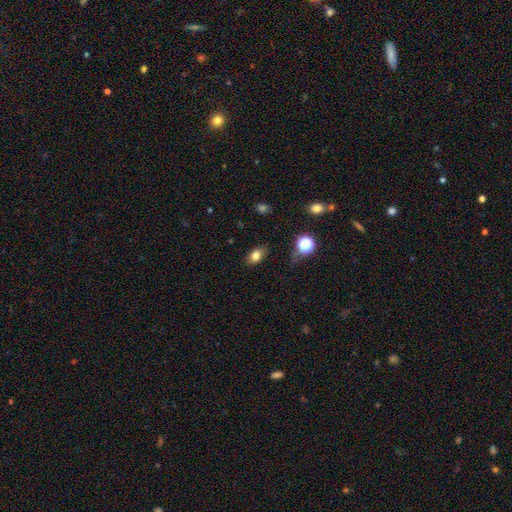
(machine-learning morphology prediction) smooth_or_featured: smooth (p=0.78) [alt: star or artifact p=0.12]
how_rounded: in between (p=0.82) [alt: round p=0.16]
merging: none (p=0.80) [alt: minor disturbance p=0.14]